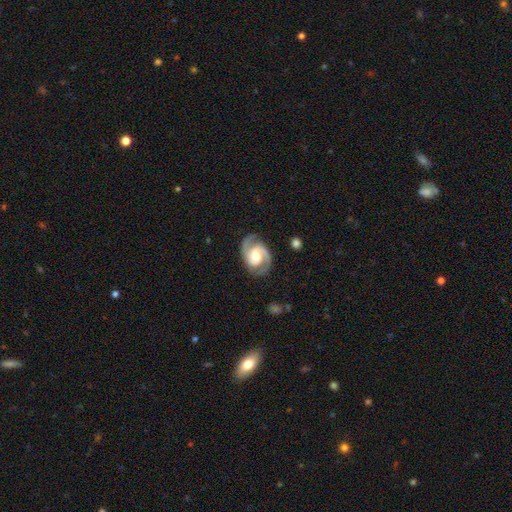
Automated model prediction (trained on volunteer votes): smooth_or_featured: featured or disk (p=0.91) [alt: smooth p=0.05]
disk_edge_on: no (p=0.98) [alt: yes p=0.02]
bar: no (p=0.43) [tied with: weak p=0.43]
has_spiral_arms: yes (p=0.98) [alt: no p=0.02]
spiral_winding: medium (p=0.52) [alt: tight p=0.38]
spiral_arm_count: 2 (p=0.91) [alt: 3 p=0.03]
bulge_size: moderate (p=0.54) [alt: small p=0.22]
merging: none (p=0.80) [alt: minor disturbance p=0.14]